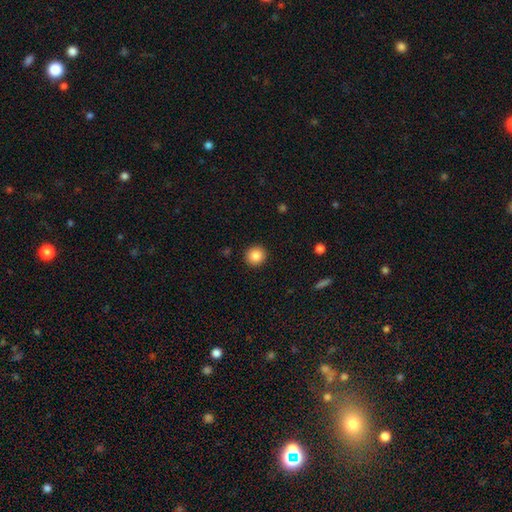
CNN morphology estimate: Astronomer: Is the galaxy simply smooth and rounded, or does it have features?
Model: smooth — 85%.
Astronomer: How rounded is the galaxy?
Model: round — 91%.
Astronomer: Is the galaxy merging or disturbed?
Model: none — 92%.